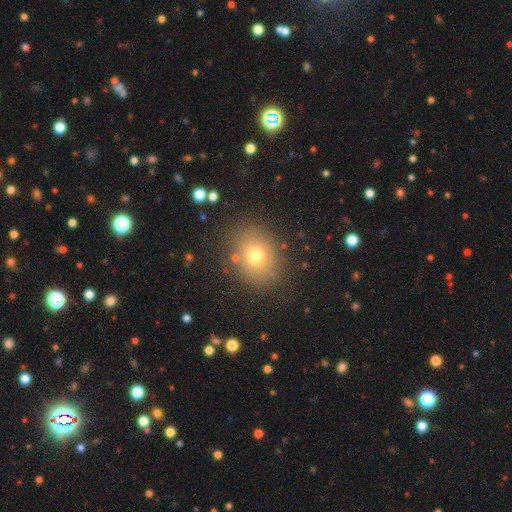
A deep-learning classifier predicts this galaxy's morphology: Q: Smooth or featured?
A: smooth (71%); runner-up: star or artifact (16%)
Q: How rounded?
A: round (56%); runner-up: in between (43%)
Q: Merging?
A: none (83%); runner-up: minor disturbance (10%)